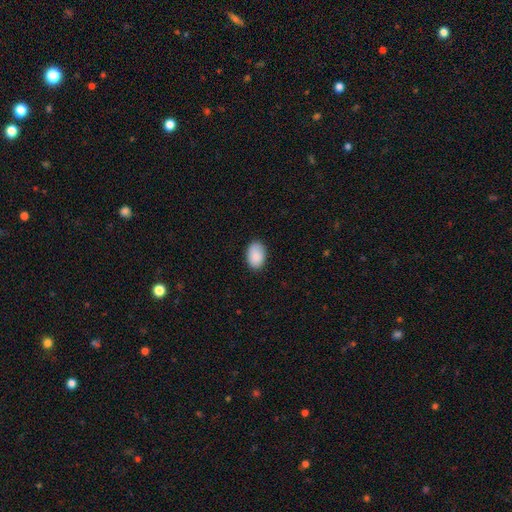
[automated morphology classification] Smooth or featured: smooth — 90% (star or artifact — 6%)
How rounded: in between — 89% (round — 10%)
Merging: none — 86% (minor disturbance — 11%)